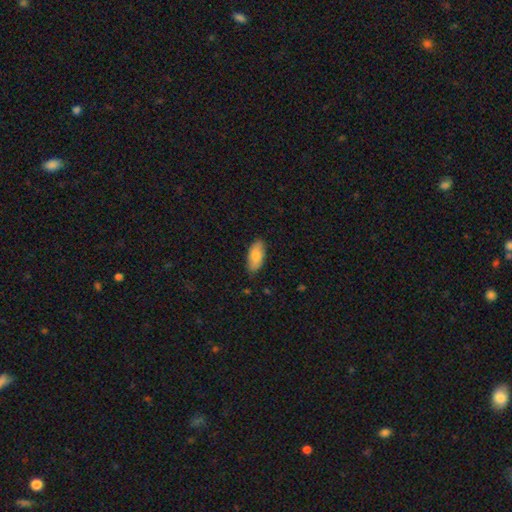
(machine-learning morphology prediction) The model was most divided on "smooth or featured": smooth: 82%, featured or disk: 13%, star or artifact: 6%. More confident: how rounded — in between (88%); merging — none (84%).